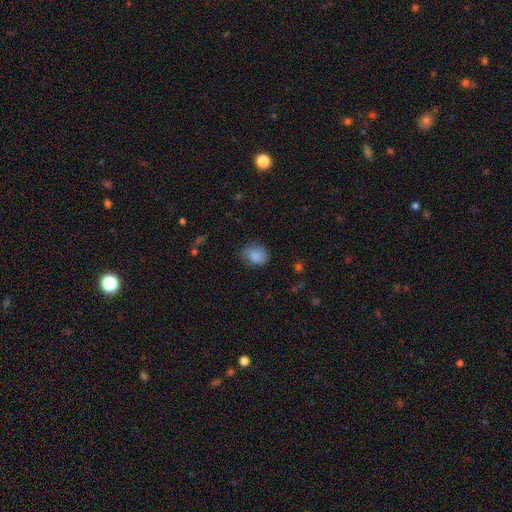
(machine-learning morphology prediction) Overall: smooth (85%). How rounded: in between (54%; round 45%). Merging: none (67%).